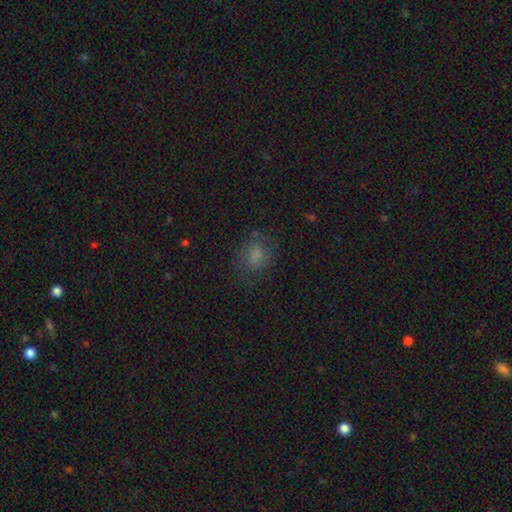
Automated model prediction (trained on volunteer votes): smooth_or_featured: smooth (p=0.72) [alt: star or artifact p=0.14]
how_rounded: in between (p=0.53) [alt: round p=0.46]
merging: none (p=0.69) [alt: minor disturbance p=0.19]